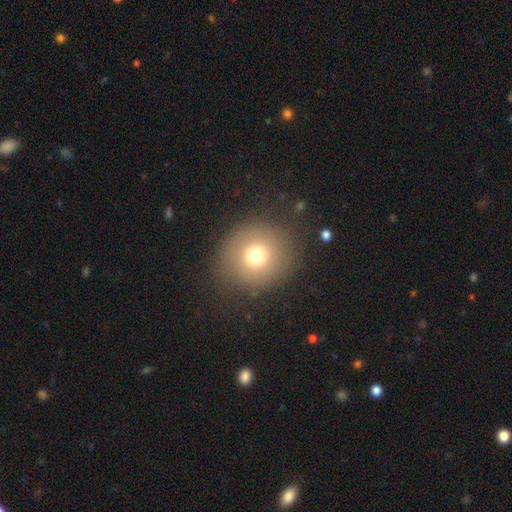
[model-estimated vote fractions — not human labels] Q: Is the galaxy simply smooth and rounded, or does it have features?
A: smooth — 72%.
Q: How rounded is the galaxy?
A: round — 89%.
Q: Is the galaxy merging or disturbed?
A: none — 83%.